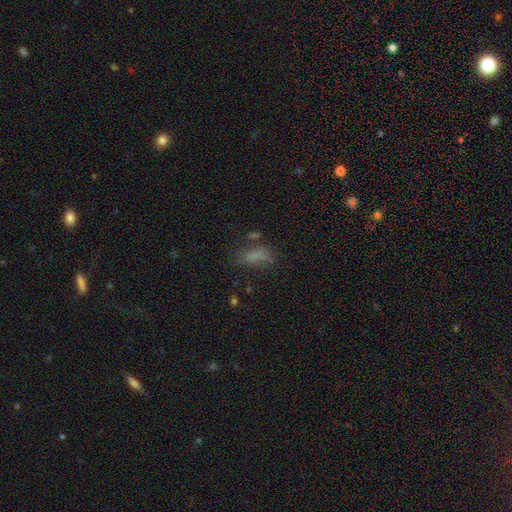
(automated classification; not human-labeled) Q: Smooth or featured?
A: smooth (72%); runner-up: star or artifact (16%)
Q: How rounded?
A: in between (72%); runner-up: cigar-shaped (23%)
Q: Merging?
A: none (50%); runner-up: minor disturbance (24%)